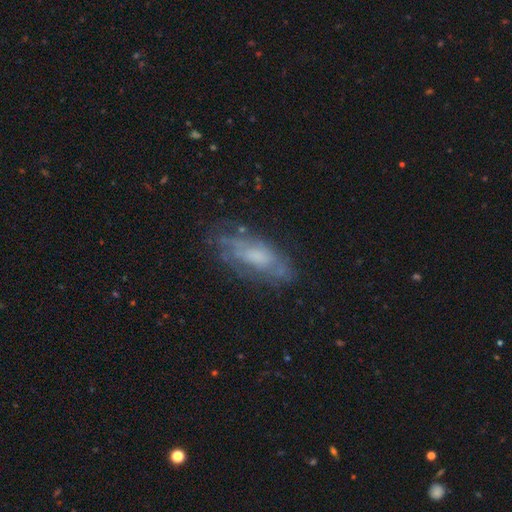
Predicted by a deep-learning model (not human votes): The model was most divided on "smooth or featured": featured or disk: 56%, smooth: 34%, star or artifact: 10%. More confident: edge-on disk — no (82%); merging — none (67%).